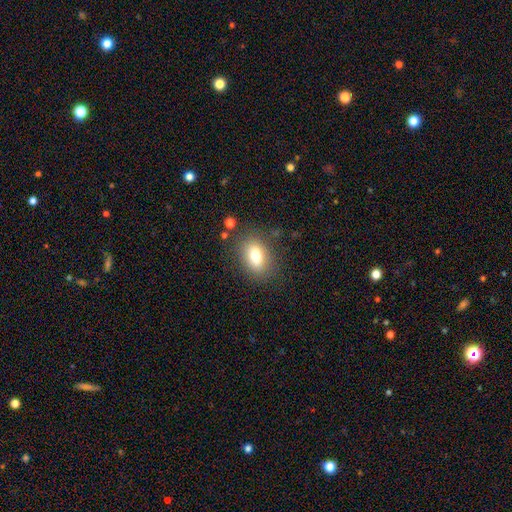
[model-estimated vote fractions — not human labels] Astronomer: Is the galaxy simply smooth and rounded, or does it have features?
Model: smooth — 77%.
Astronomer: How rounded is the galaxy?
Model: in between — 77%.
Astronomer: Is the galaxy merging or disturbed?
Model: none — 81%.